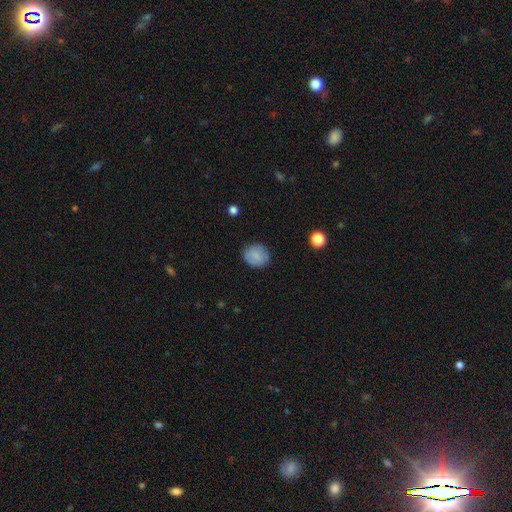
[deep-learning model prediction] Smooth or featured: smooth — 82% (featured or disk — 10%)
How rounded: round — 79% (in between — 20%)
Merging: none — 83% (minor disturbance — 12%)